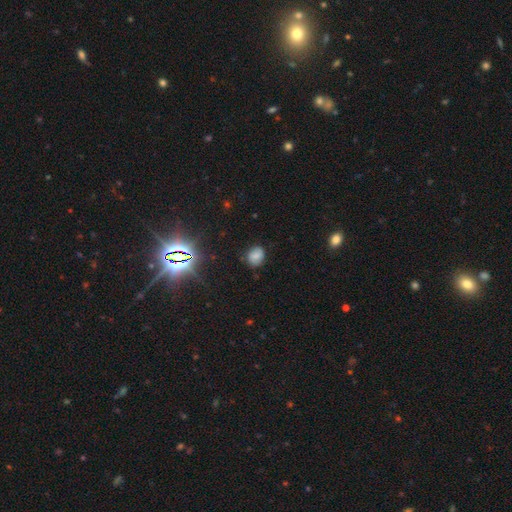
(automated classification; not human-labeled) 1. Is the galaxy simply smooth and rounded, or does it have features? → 68% smooth, 17% star or artifact, 14% featured or disk.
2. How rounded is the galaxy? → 50% round, 49% in between, 1% cigar-shaped.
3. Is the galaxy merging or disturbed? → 76% none, 18% minor disturbance, 4% major disturbance, 2% merger.